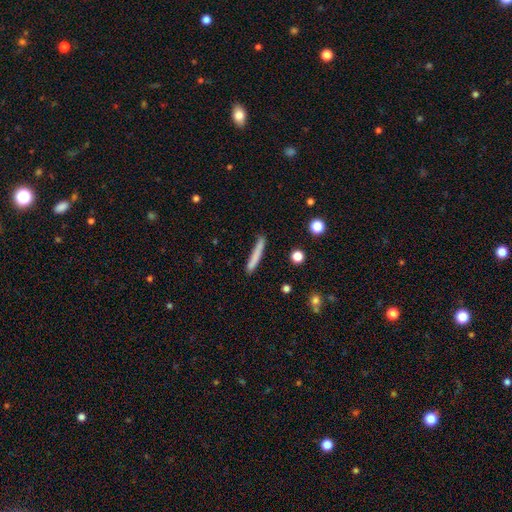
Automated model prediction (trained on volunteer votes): smooth 75%, featured or disk 17%, star or artifact 7%. Down the decision tree: how rounded — cigar-shaped (95%); merging — none (81%).